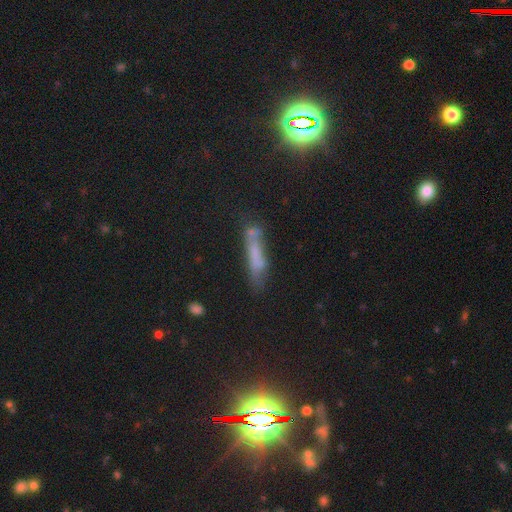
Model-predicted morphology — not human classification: This is possibly a smooth galaxy (56%). How rounded: clearly cigar-shaped (81%). Merging: possibly none (53%).